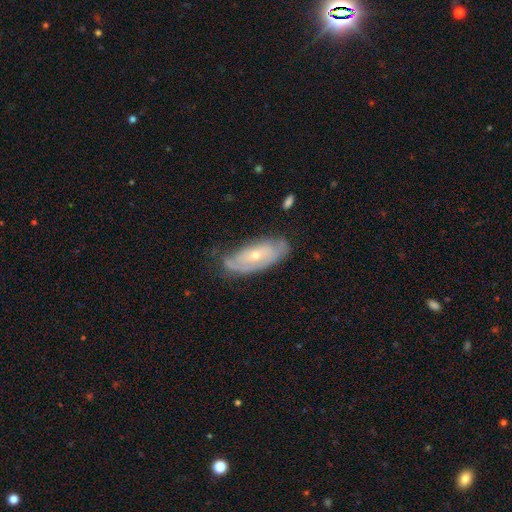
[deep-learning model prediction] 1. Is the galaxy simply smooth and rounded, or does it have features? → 66% featured or disk, 28% smooth, 6% star or artifact.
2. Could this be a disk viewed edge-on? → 87% no, 13% yes.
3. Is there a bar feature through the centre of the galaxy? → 77% no, 18% weak, 5% strong.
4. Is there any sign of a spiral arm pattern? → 70% yes, 30% no.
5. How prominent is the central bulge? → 57% small, 40% moderate, 1% large, 1% none, 1% dominant.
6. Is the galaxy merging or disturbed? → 60% none, 28% minor disturbance, 10% major disturbance, 2% merger.